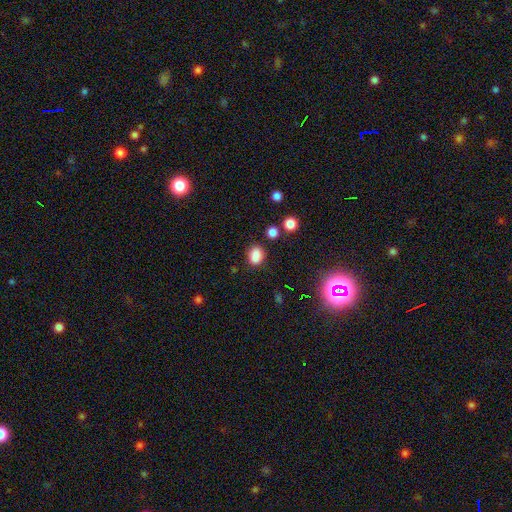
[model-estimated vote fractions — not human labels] This appears to be a smooth galaxy with no disk features (83%) that is in between round and cigar-shaped (67%). Merging: none (78%).